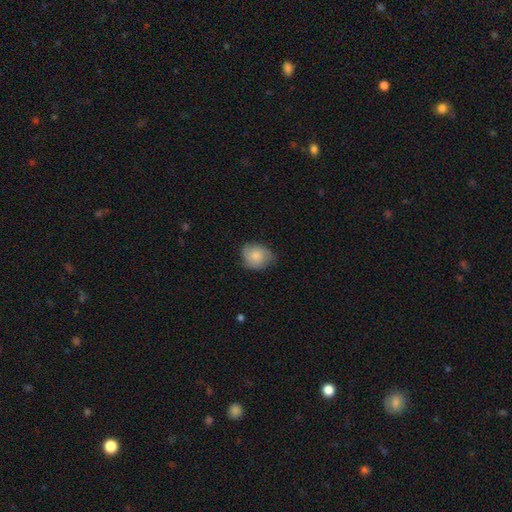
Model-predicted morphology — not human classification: smooth-or-featured: smooth: 67% | featured or disk: 26% | star or artifact: 7%
  how-rounded: round: 56% | in between: 43% | cigar-shaped: 1%
  merging: none: 69% | minor disturbance: 25% | major disturbance: 5% | merger: 1%